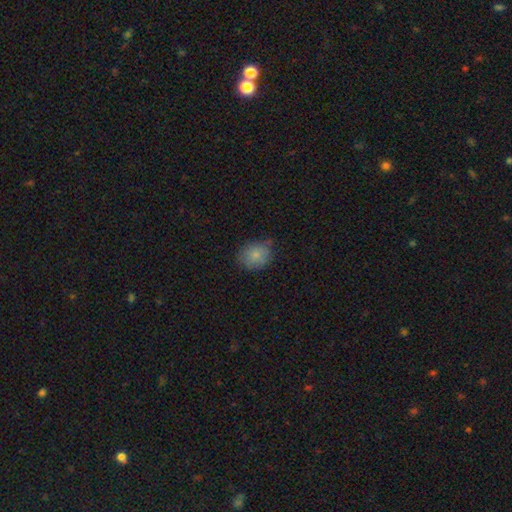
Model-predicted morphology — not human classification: The model was most divided on "how rounded": round: 55%, in between: 44%, cigar-shaped: 1%. More confident: smooth or featured — smooth (82%); merging — none (66%).